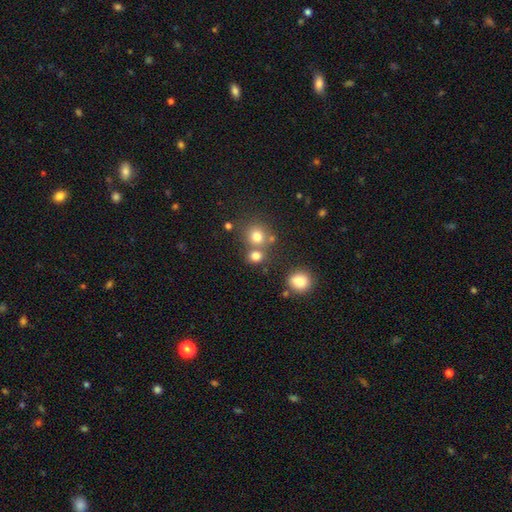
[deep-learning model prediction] Smooth or featured: smooth — 77% (star or artifact — 16%)
How rounded: round — 81% (in between — 18%)
Merging: none — 62% (merger — 26%)